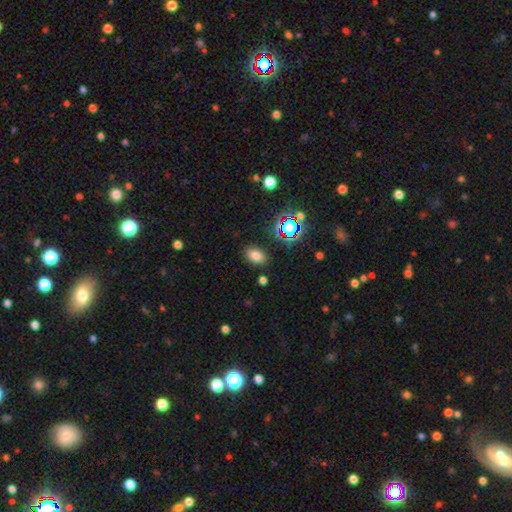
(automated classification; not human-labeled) smooth_or_featured: smooth (p=0.74) [alt: star or artifact p=0.18]
how_rounded: in between (p=0.84) [alt: round p=0.14]
merging: none (p=0.85) [alt: minor disturbance p=0.09]